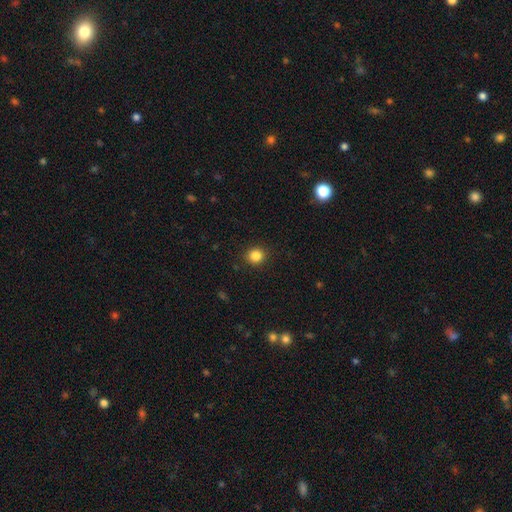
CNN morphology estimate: Smooth or featured: smooth — 84% (star or artifact — 11%)
How rounded: round — 87% (in between — 12%)
Merging: none — 90% (minor disturbance — 6%)